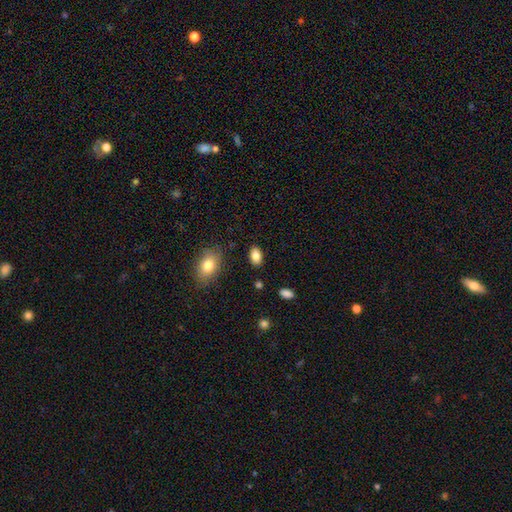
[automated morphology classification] Overall: smooth (85%). How rounded: in between (91%). Merging: none (87%).